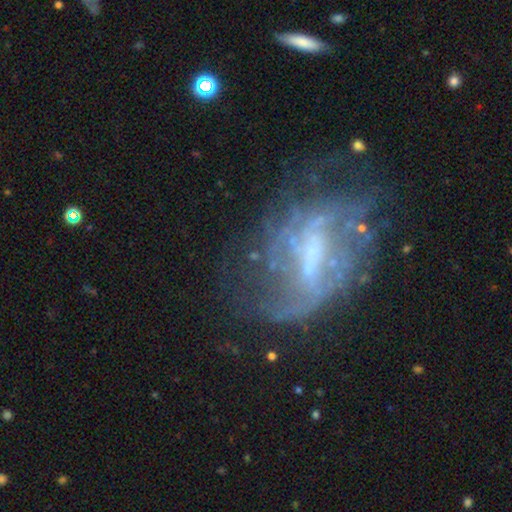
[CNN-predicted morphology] Smooth or featured? featured or disk (76%)
Edge-on disk? no (95%)
Bar? weak (45%)
Spiral arms? yes (66%)
Bulge size? small (36%)
Merging? none (44%)